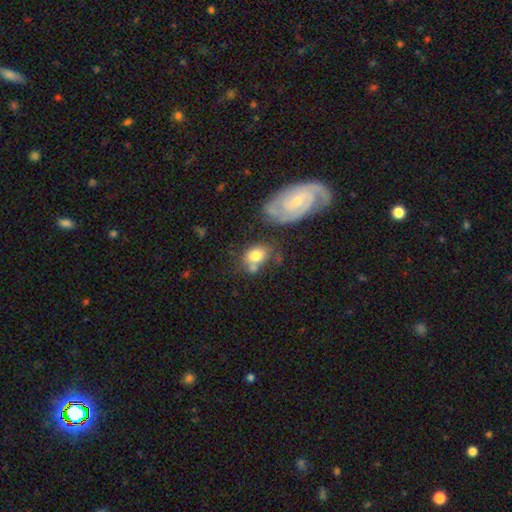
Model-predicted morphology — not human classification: Smooth or featured? smooth (71%)
How rounded? in between (61%)
Merging? none (39%)